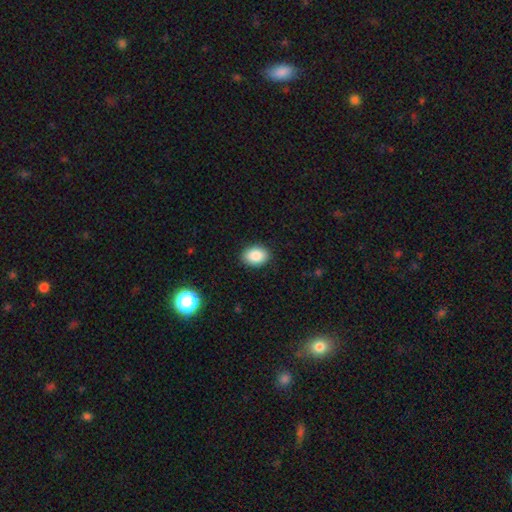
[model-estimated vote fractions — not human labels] Morphology: type=smooth (87%); roundness=in between (72%); merging=none (90%).